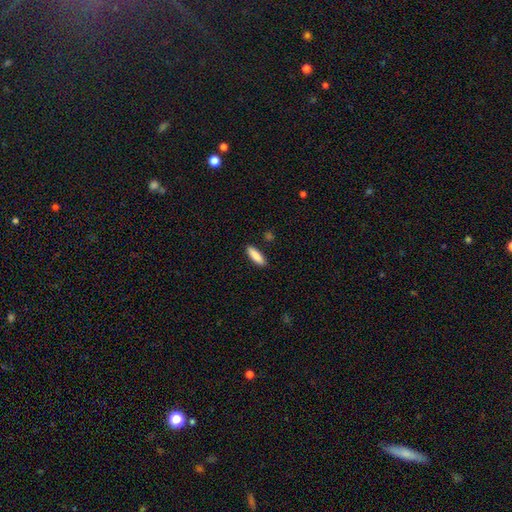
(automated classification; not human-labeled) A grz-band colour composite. It shows a smooth galaxy with no disk features (87%) that is cigar-shaped (54%). Merging: none (87%).